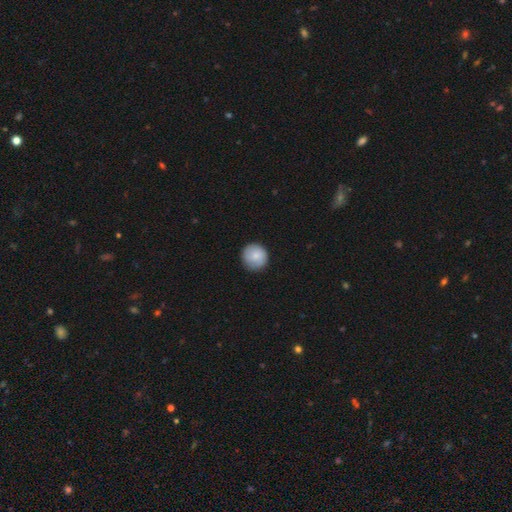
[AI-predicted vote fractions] This is clearly a smooth galaxy (82%). How rounded: clearly round (93%). Merging: clearly none (86%).